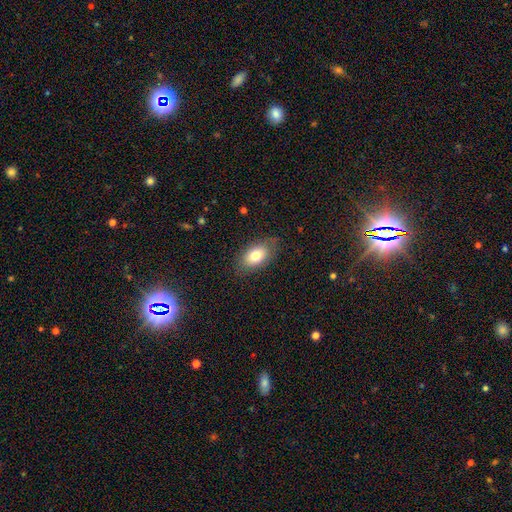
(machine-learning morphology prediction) Smooth or featured? Predicted: smooth (p=0.76). How rounded? Predicted: in between (p=0.89). Merging? Predicted: none (p=0.79).